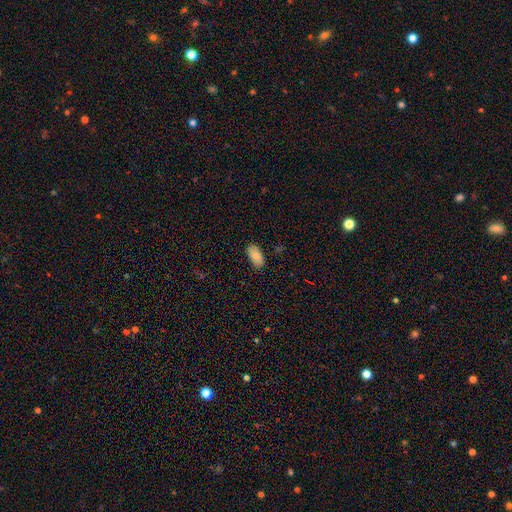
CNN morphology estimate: Smooth or featured?
  - smooth: 82% *
  - featured or disk: 11%
  - star or artifact: 7%
How rounded?
  - in between: 93% *
  - cigar-shaped: 5%
  - round: 2%
Merging?
  - none: 84% *
  - minor disturbance: 12%
  - major disturbance: 2%
  - merger: 1%